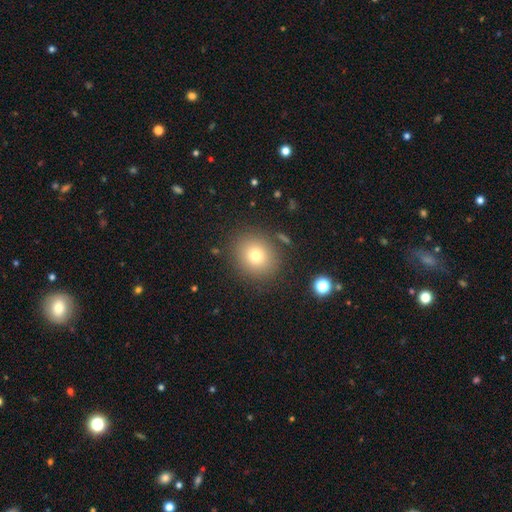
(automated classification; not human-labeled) Smooth or featured?
  - smooth: 75% *
  - star or artifact: 14%
  - featured or disk: 11%
How rounded?
  - round: 80% *
  - in between: 19%
  - cigar-shaped: 1%
Merging?
  - none: 85% *
  - minor disturbance: 8%
  - major disturbance: 4%
  - merger: 3%